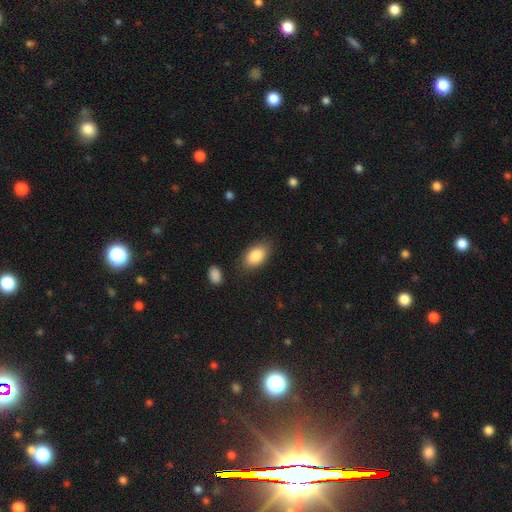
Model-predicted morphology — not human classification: smooth_or_featured: smooth (p=0.86) [alt: star or artifact p=0.07]
how_rounded: in between (p=0.92) [alt: round p=0.07]
merging: none (p=0.81) [alt: minor disturbance p=0.13]